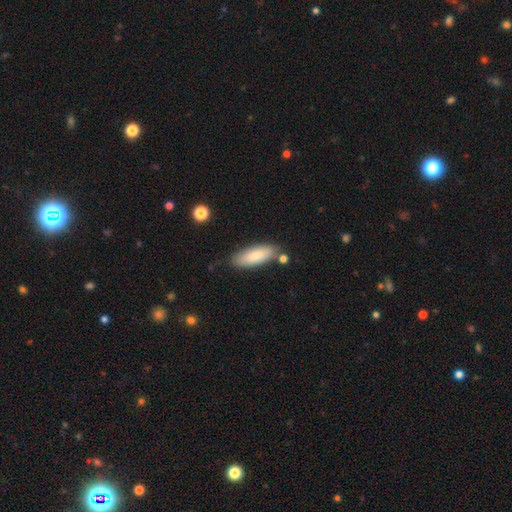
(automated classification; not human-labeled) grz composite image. It shows a smooth galaxy with no disk features (82%) that is in between round and cigar-shaped (69%). Merging: none (76%).